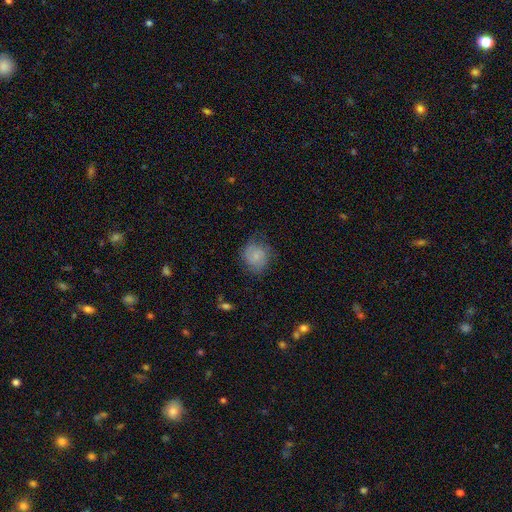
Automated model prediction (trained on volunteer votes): Overall: smooth (70%). How rounded: round (76%). Merging: none (63%; minor disturbance 26%).